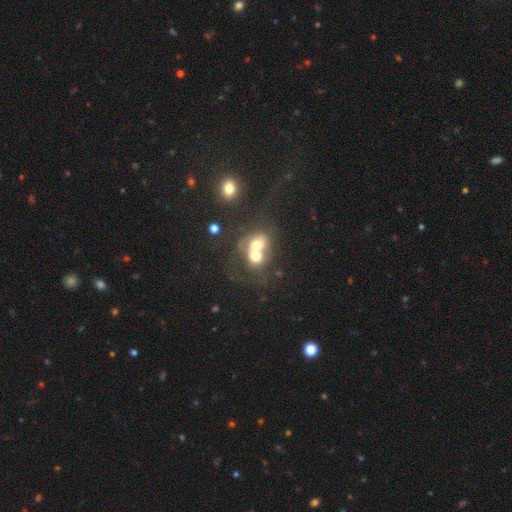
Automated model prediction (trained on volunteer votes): Smooth or featured: smooth — 57% (featured or disk — 33%)
How rounded: round — 57% (in between — 42%)
Merging: merger — 77% (none — 12%)